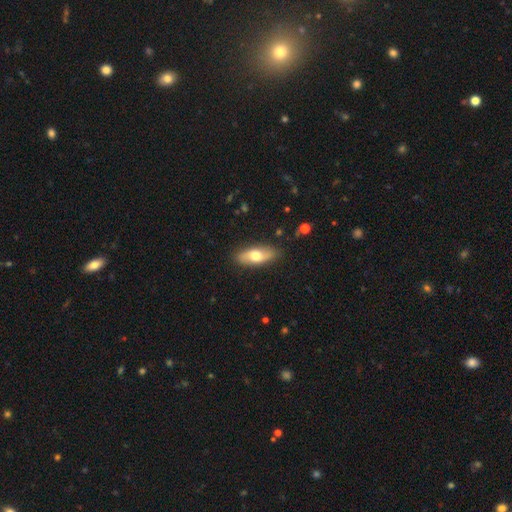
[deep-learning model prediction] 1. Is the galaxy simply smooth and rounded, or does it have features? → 65% smooth, 29% featured or disk, 6% star or artifact.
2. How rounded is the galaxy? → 73% in between, 24% cigar-shaped, 3% round.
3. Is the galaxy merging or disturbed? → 85% none, 11% minor disturbance, 2% major disturbance, 1% merger.